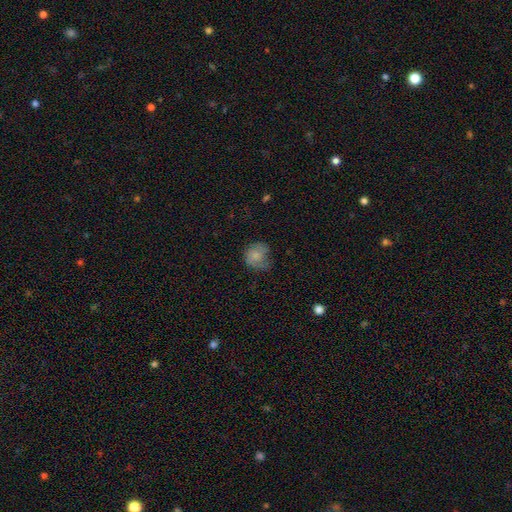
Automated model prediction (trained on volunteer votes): Smooth or featured?
  - smooth: 67% *
  - featured or disk: 24%
  - star or artifact: 9%
How rounded?
  - round: 73% *
  - in between: 26%
  - cigar-shaped: 1%
Merging?
  - none: 51% *
  - minor disturbance: 31%
  - major disturbance: 17%
  - merger: 2%